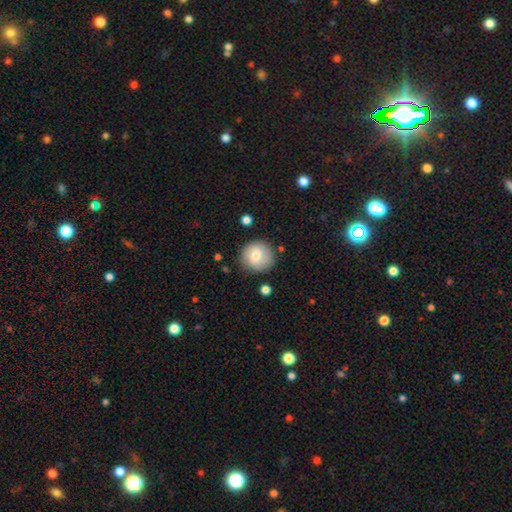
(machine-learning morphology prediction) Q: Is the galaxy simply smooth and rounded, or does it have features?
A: smooth — 69%.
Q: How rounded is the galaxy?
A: round — 91%.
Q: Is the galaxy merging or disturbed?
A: none — 82%.